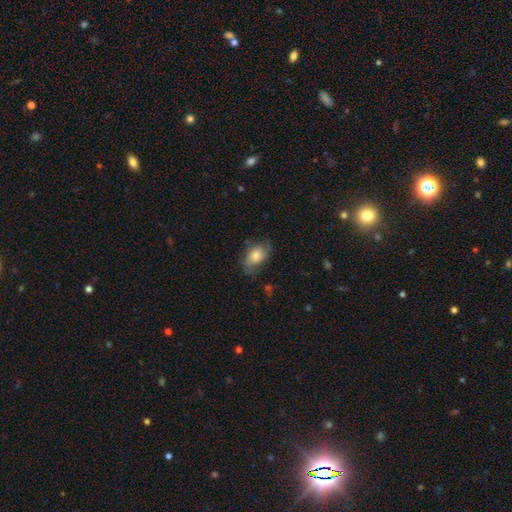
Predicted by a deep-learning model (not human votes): A smooth galaxy with no disk features (67%) that is in between round and cigar-shaped (84%). Merging: none (56%).